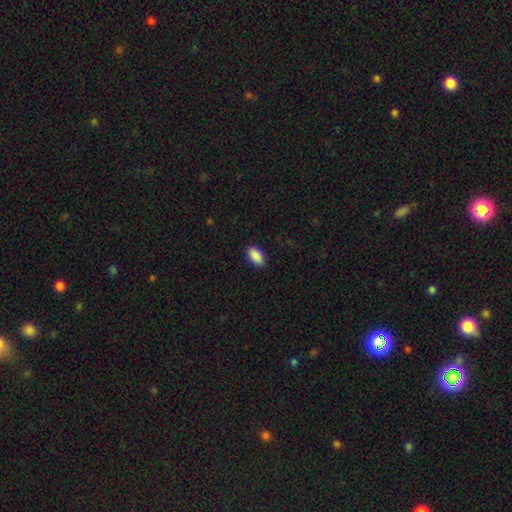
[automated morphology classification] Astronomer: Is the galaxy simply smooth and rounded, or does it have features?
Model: smooth — 91%.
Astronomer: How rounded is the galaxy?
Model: in between — 94%.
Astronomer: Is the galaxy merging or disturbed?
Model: none — 89%.